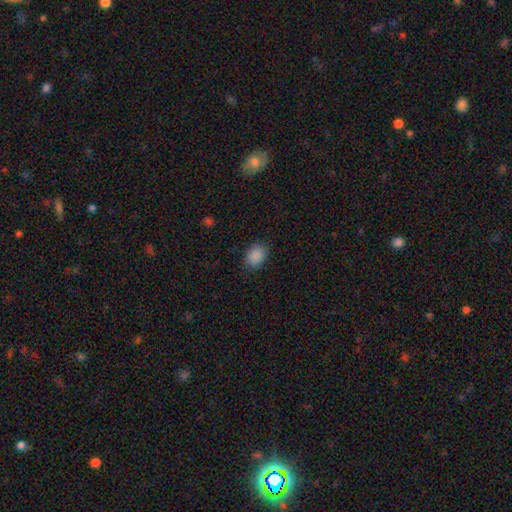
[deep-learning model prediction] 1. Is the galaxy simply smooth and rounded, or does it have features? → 88% smooth, 9% star or artifact, 3% featured or disk.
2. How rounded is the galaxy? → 66% in between, 33% round, 1% cigar-shaped.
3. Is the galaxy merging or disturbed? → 84% none, 12% minor disturbance, 3% major disturbance, 1% merger.